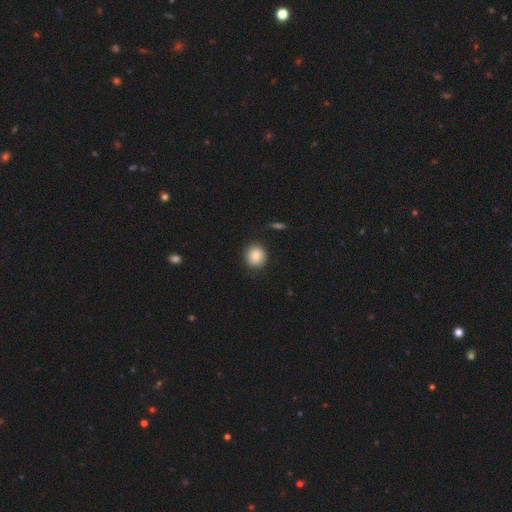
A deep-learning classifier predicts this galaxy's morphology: Smooth or featured? Predicted: smooth (p=0.85). How rounded? Predicted: round (p=0.87). Merging? Predicted: none (p=0.84).